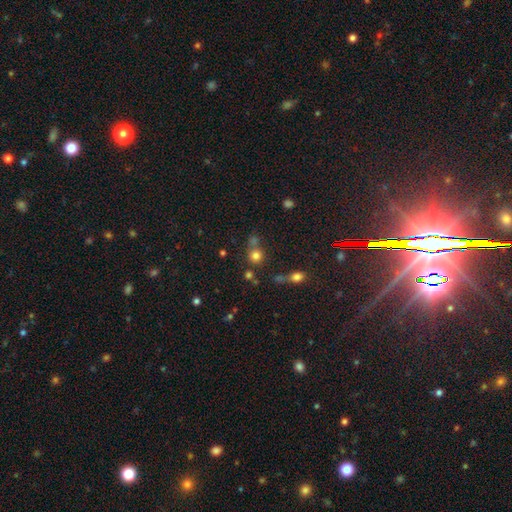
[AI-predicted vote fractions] Smooth or featured? smooth (76%)
How rounded? round (89%)
Merging? none (62%)